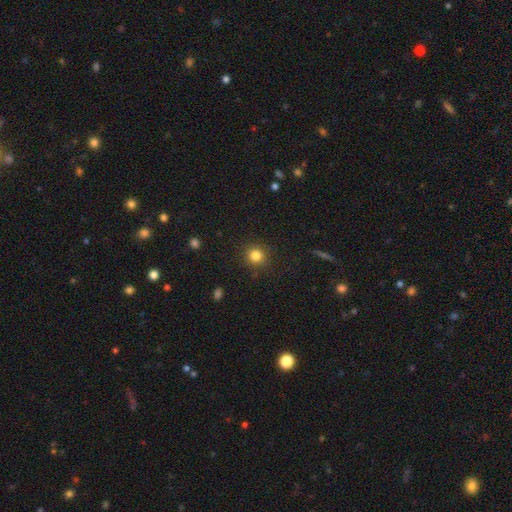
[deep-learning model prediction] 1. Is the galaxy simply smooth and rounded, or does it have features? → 83% smooth, 12% star or artifact, 5% featured or disk.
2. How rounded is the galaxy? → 92% round, 7% in between, 1% cigar-shaped.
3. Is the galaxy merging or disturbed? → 90% none, 7% minor disturbance, 2% major disturbance, 1% merger.